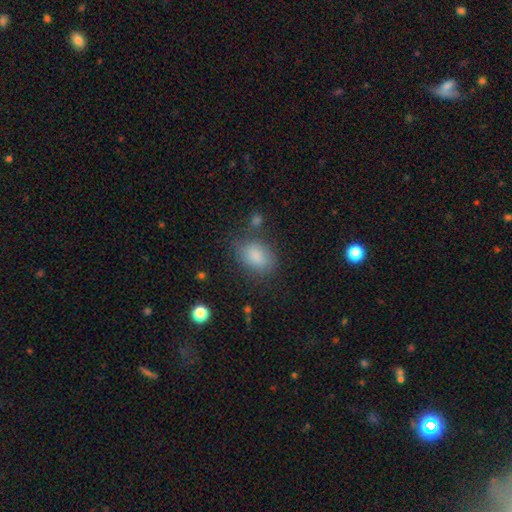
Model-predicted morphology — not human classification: Smooth or featured? smooth (85%)
How rounded? in between (78%)
Merging? none (66%)